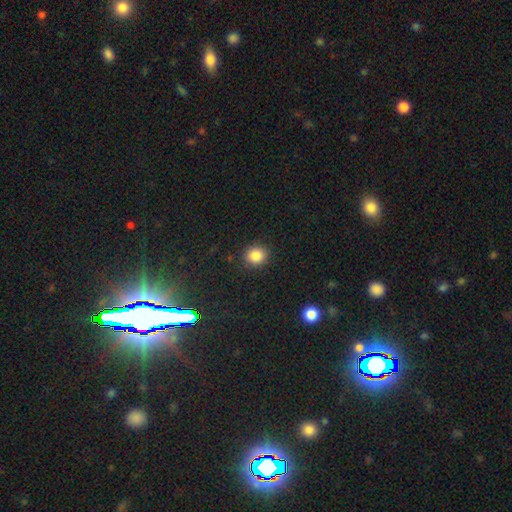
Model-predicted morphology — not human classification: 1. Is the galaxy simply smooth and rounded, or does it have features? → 85% smooth, 11% star or artifact, 4% featured or disk.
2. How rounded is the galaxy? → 80% round, 19% in between, 1% cigar-shaped.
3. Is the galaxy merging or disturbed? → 89% none, 7% minor disturbance, 2% major disturbance, 1% merger.